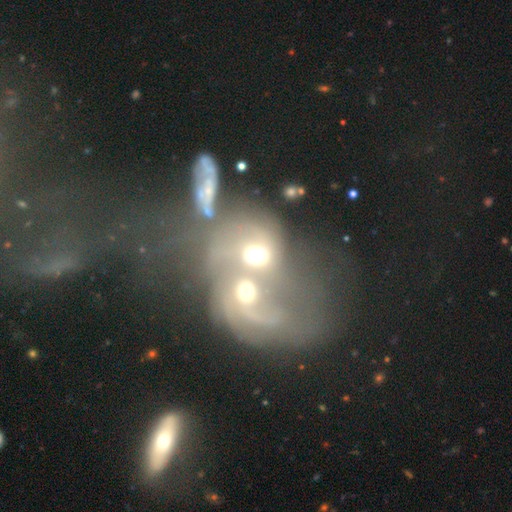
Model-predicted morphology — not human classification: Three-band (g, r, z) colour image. It shows a featured or disk galaxy (62%) with no bar (70%), spiral arms (73%) and a moderate central bulge (58%). Merging: merger (79%).